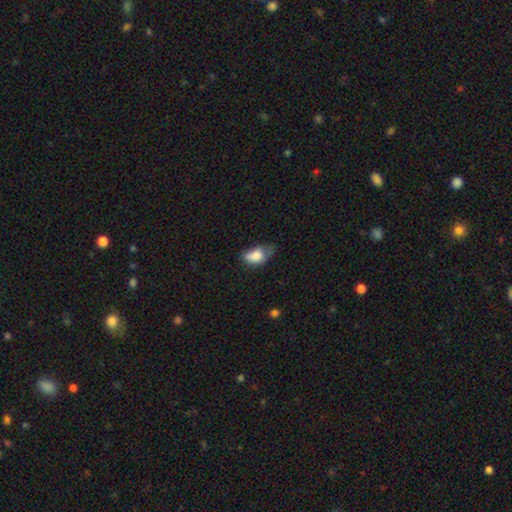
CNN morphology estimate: smooth-or-featured: smooth: 78% | featured or disk: 14% | star or artifact: 8%
  how-rounded: in between: 89% | round: 8% | cigar-shaped: 3%
  merging: minor disturbance: 43% | major disturbance: 28% | none: 25% | merger: 4%